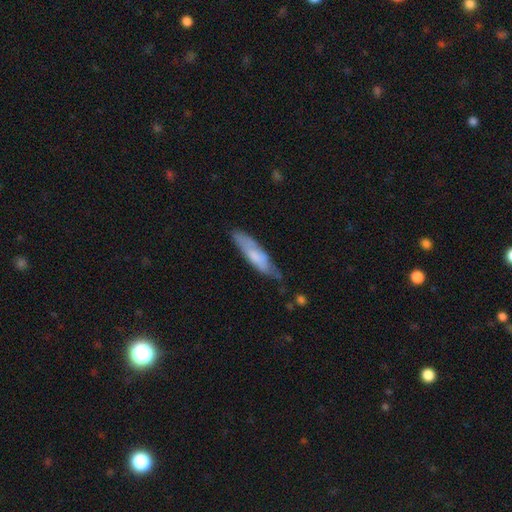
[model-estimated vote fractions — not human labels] Smooth or featured?
  - smooth: 63% *
  - featured or disk: 31%
  - star or artifact: 6%
How rounded?
  - cigar-shaped: 73% *
  - in between: 26%
  - round: 1%
Merging?
  - none: 60% *
  - minor disturbance: 31%
  - major disturbance: 7%
  - merger: 2%